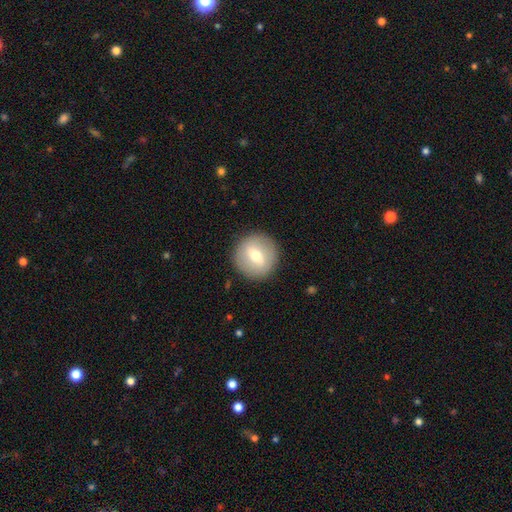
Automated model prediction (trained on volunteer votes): smooth-or-featured: smooth: 60% | featured or disk: 33% | star or artifact: 8%
  how-rounded: round: 94% | in between: 5% | cigar-shaped: 1%
  merging: none: 90% | minor disturbance: 6% | major disturbance: 2% | merger: 1%